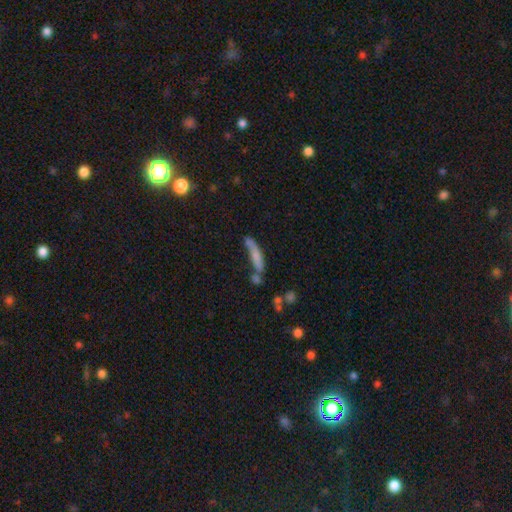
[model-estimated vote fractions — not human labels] A smooth galaxy with no disk features (67%) that is cigar-shaped (81%). Merging: none (41%).